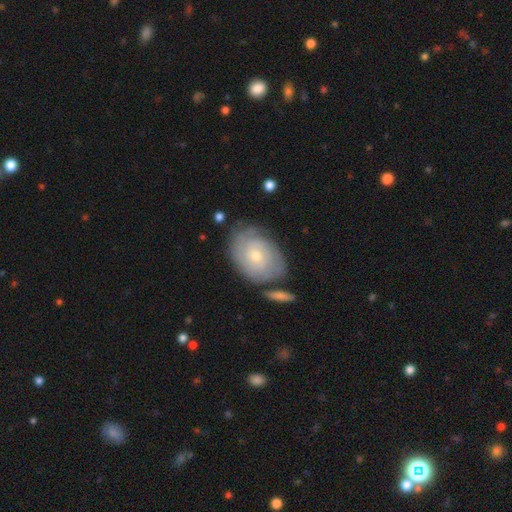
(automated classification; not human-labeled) Smooth or featured? Predicted: featured or disk (p=0.69). Edge-on disk? Predicted: no (p=0.95). Bar? Predicted: no (p=0.78). Spiral arms? Predicted: yes (p=0.87). Spiral winding? Predicted: tight (p=0.75). Spiral arm count? Predicted: can't tell (p=0.53). Bulge size? Predicted: small (p=0.60). Merging? Predicted: none (p=0.69).